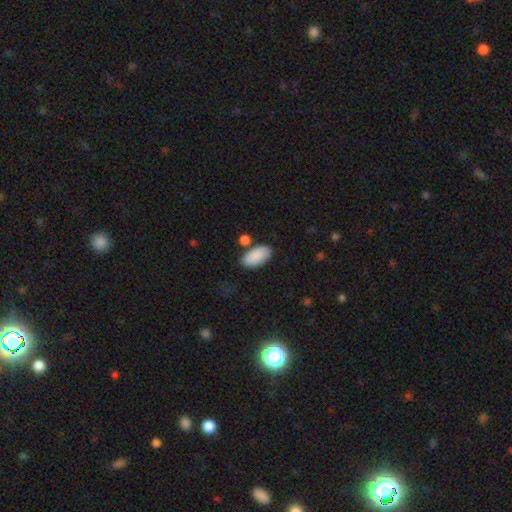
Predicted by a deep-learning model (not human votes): A smooth galaxy with no disk features (89%) that is in between round and cigar-shaped (95%).

Vote fractions:
- Smooth or featured? smooth: 89% / star or artifact: 6% / featured or disk: 5%
- How rounded? in between: 95% / cigar-shaped: 3% / round: 3%
- Merging? none: 73% / minor disturbance: 13% / merger: 10% / major disturbance: 4%